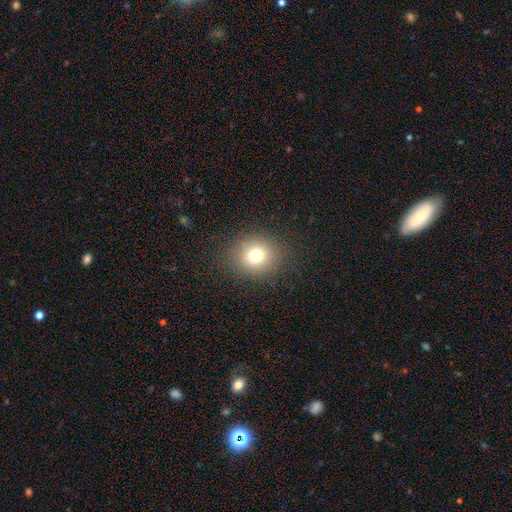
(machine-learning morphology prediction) smooth-or-featured: smooth: 75% | star or artifact: 15% | featured or disk: 10%
  how-rounded: round: 79% | in between: 20% | cigar-shaped: 1%
  merging: none: 87% | minor disturbance: 8% | major disturbance: 4% | merger: 1%